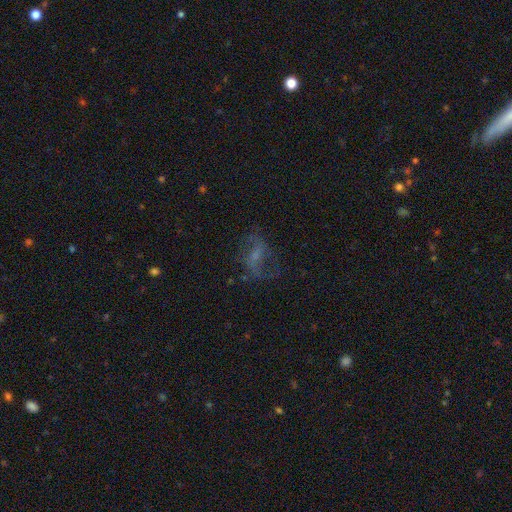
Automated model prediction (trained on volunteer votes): A featured or disk galaxy (63%) with a weak bar (45%), spiral arms (75%) and a small central bulge (53%). Merging: none (57%).